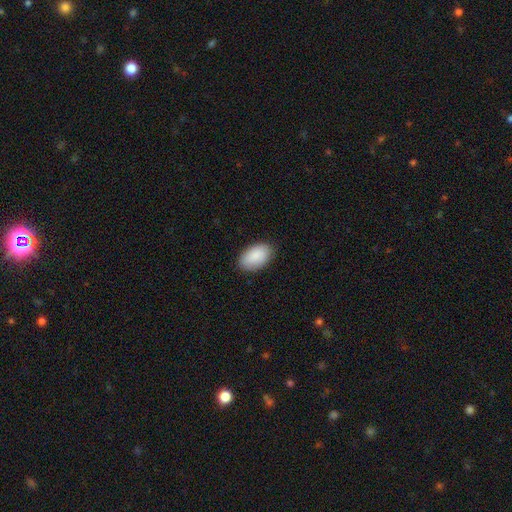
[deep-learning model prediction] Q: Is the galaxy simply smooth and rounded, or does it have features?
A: smooth — 89%.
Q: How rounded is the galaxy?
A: in between — 95%.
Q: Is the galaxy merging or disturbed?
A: none — 86%.